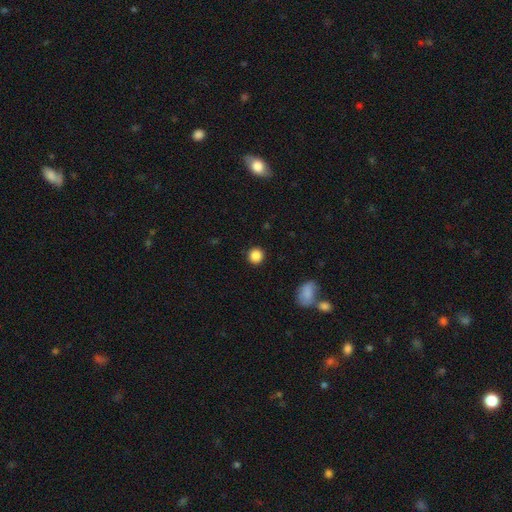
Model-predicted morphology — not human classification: type=smooth (87%); roundness=round (93%); merging=none (91%).